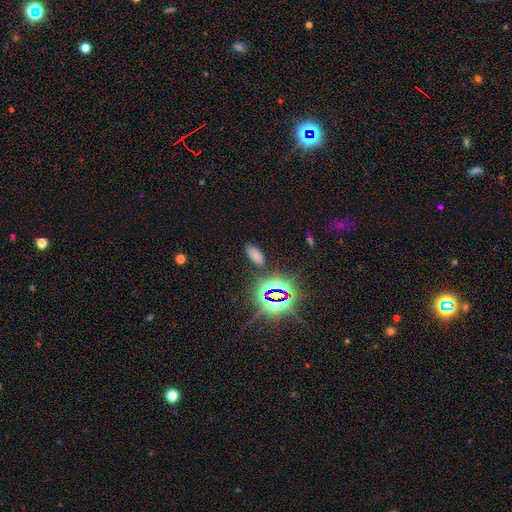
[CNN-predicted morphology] smooth 63%, star or artifact 30%, featured or disk 7%. Down the decision tree: how rounded — in between (87%); merging — none (84%).